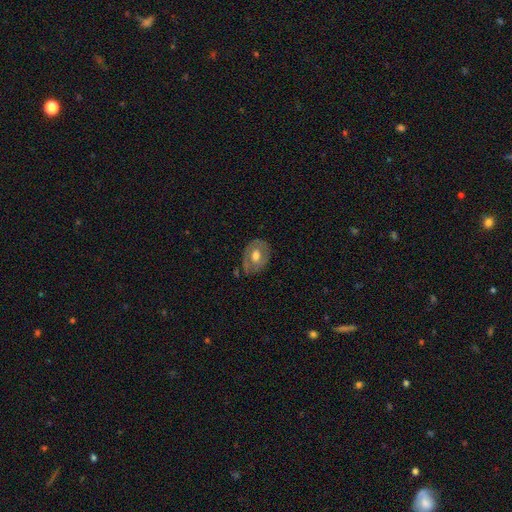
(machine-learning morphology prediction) A featured or disk galaxy (48%).

Vote fractions:
- Smooth or featured? featured or disk: 48% / smooth: 45% / star or artifact: 7%
- Merging? none: 69% / minor disturbance: 22% / major disturbance: 7% / merger: 2%